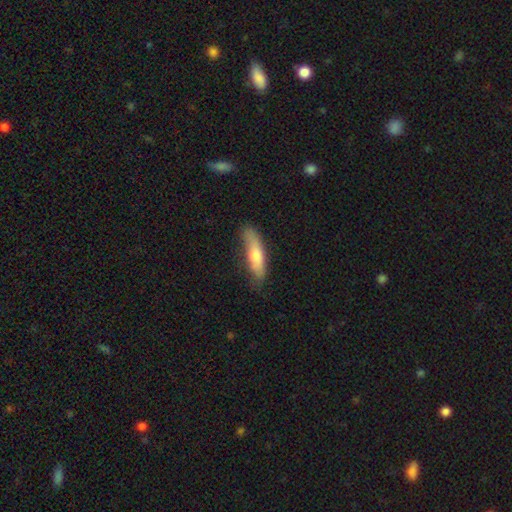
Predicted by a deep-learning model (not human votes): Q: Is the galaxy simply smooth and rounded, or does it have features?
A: smooth — 63%.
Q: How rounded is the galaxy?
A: cigar-shaped — 70%.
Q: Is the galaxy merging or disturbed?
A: none — 68%.